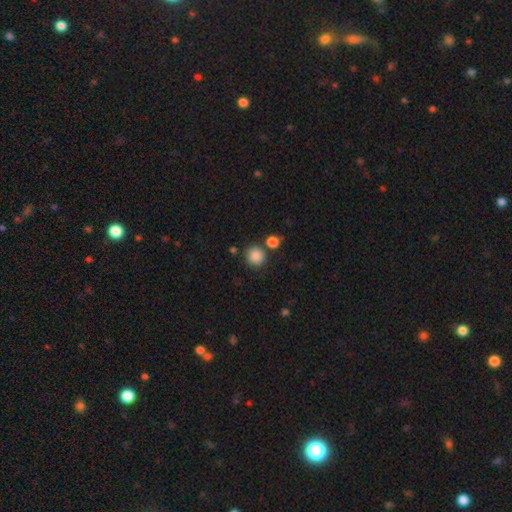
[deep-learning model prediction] This appears to be a smooth galaxy with no disk features (87%) that is round (92%). Merging: none (80%).